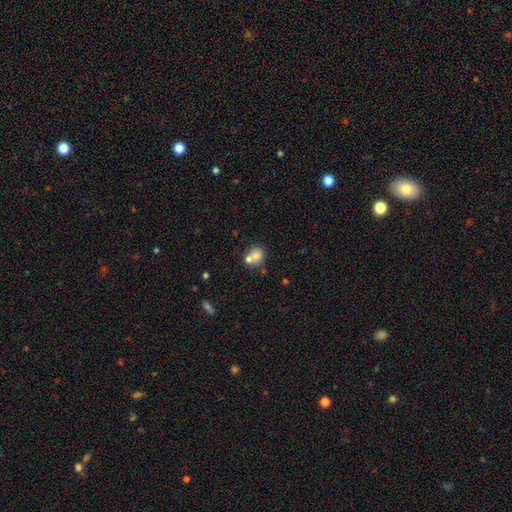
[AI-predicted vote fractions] Smooth or featured? smooth (73%)
How rounded? round (65%)
Merging? none (44%)